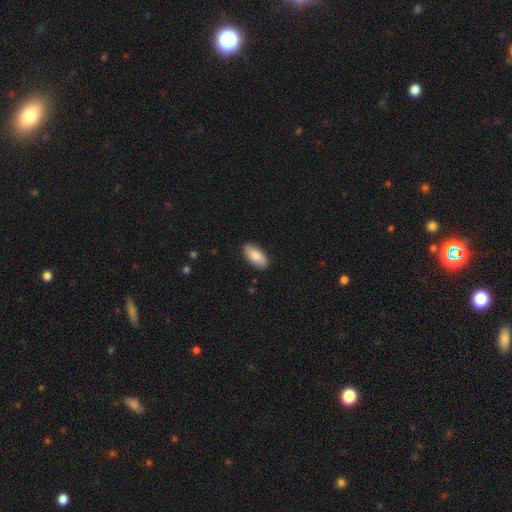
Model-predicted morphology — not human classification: Smooth or featured? Predicted: smooth (p=0.81). How rounded? Predicted: in between (p=0.91). Merging? Predicted: none (p=0.88).